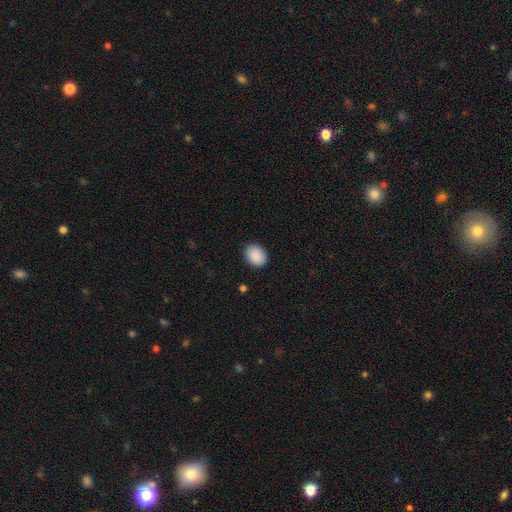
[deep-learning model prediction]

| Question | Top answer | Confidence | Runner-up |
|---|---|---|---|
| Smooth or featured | smooth | 90% | star or artifact (7%) |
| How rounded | in between | 63% | round (36%) |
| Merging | none | 88% | minor disturbance (9%) |